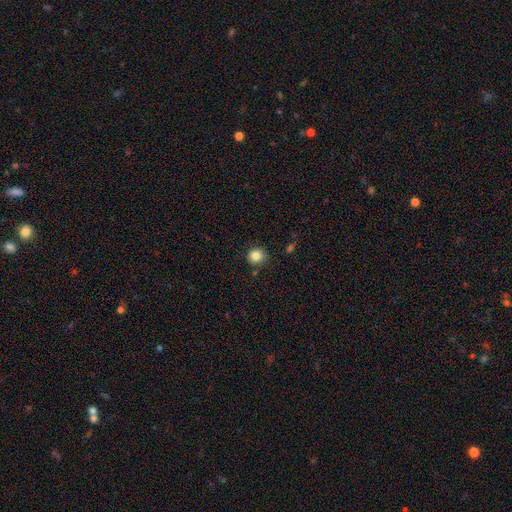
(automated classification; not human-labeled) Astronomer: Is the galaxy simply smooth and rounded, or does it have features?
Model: smooth — 84%.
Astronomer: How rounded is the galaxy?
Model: round — 89%.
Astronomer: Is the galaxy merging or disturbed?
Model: none — 82%.